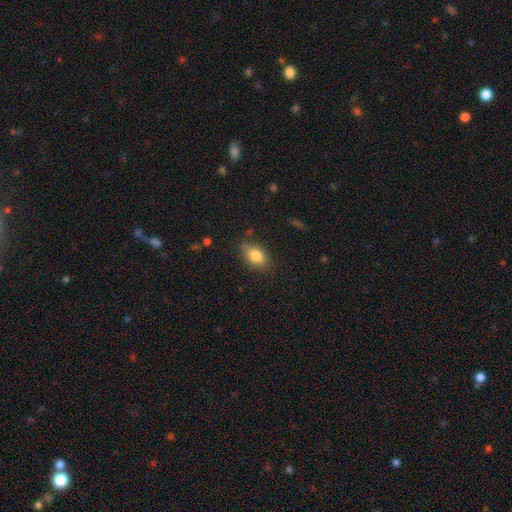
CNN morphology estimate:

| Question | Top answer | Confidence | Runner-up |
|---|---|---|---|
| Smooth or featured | smooth | 83% | star or artifact (8%) |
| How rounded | in between | 83% | round (15%) |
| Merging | none | 74% | minor disturbance (19%) |